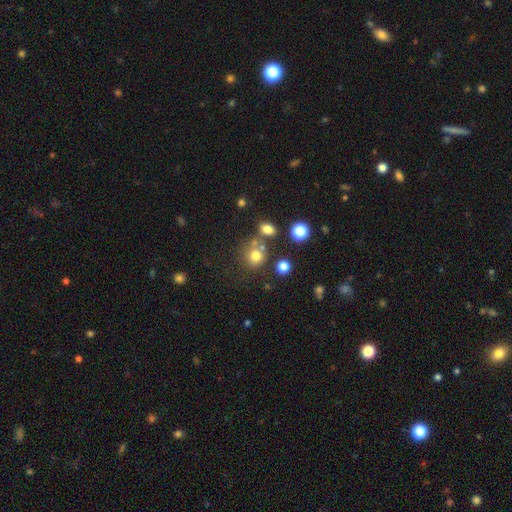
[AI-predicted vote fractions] smooth 74%, star or artifact 17%, featured or disk 9%. Down the decision tree: how rounded — round (83%); merging — none (65%).